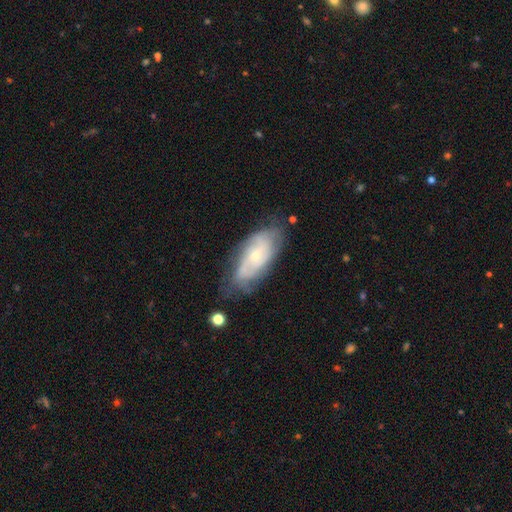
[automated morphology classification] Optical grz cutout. It shows a featured or disk galaxy (74%) with no bar (66%), tight (53%) spiral arms (90%) and a small central bulge (65%). Merging: none (67%).